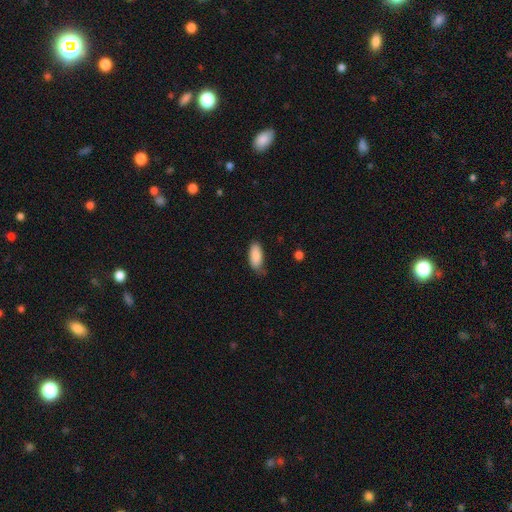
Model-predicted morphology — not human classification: The model was most divided on "merging": none: 58%, minor disturbance: 33%, major disturbance: 7%, merger: 2%. More confident: smooth or featured — smooth (87%); how rounded — in between (87%).